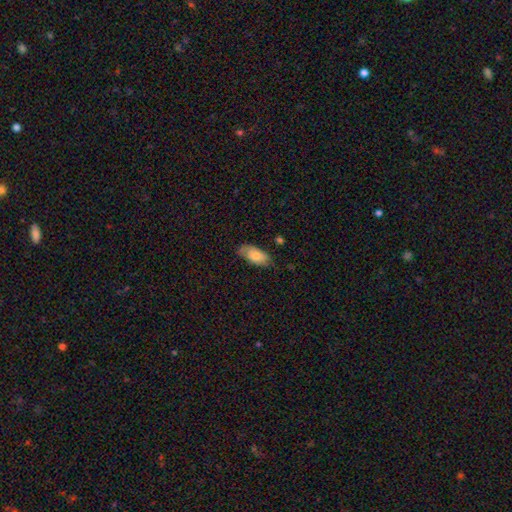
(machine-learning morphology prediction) This is likely a smooth galaxy (71%). How rounded: clearly in between (92%). Merging: possibly none (60%).